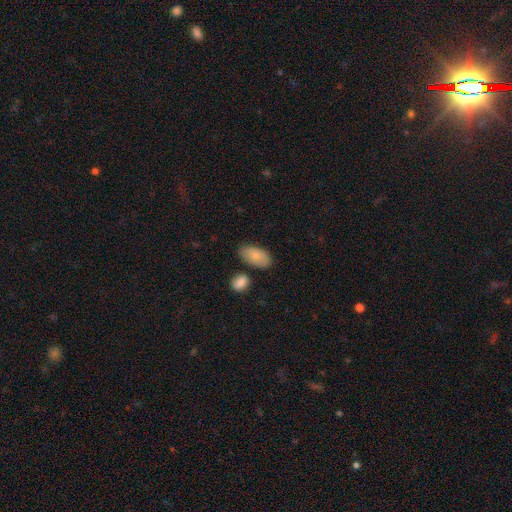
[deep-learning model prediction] The model was most divided on "merging": none: 72%, minor disturbance: 17%, merger: 7%, major disturbance: 4%. More confident: how rounded — in between (93%); smooth or featured — smooth (83%).